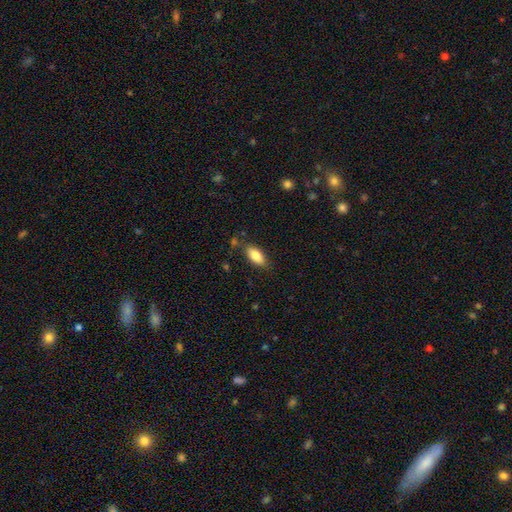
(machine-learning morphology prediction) smooth-or-featured: smooth: 82% | featured or disk: 11% | star or artifact: 7%
  how-rounded: in between: 88% | cigar-shaped: 10% | round: 2%
  merging: none: 79% | minor disturbance: 14% | merger: 3% | major disturbance: 3%